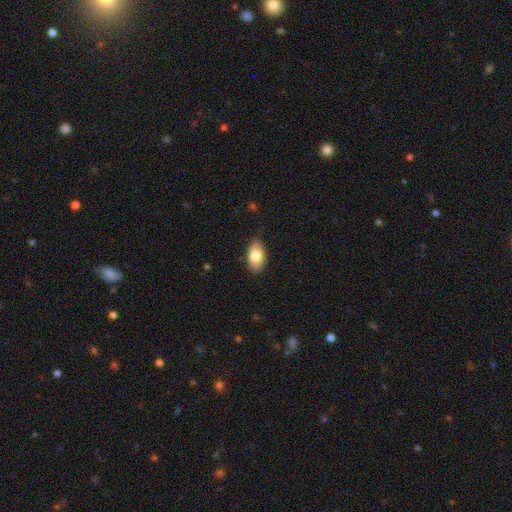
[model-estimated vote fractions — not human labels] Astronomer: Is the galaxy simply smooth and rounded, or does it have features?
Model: smooth — 81%.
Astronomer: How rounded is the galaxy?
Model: in between — 92%.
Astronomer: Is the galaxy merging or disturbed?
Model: none — 85%.